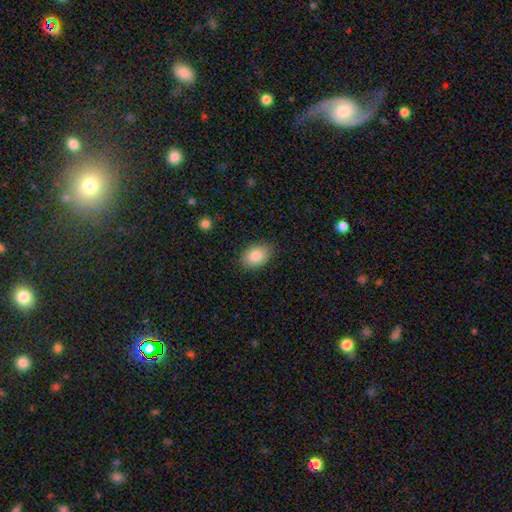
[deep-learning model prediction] A smooth galaxy with no disk features (83%) that is in between round and cigar-shaped (82%). Merging: none (85%).